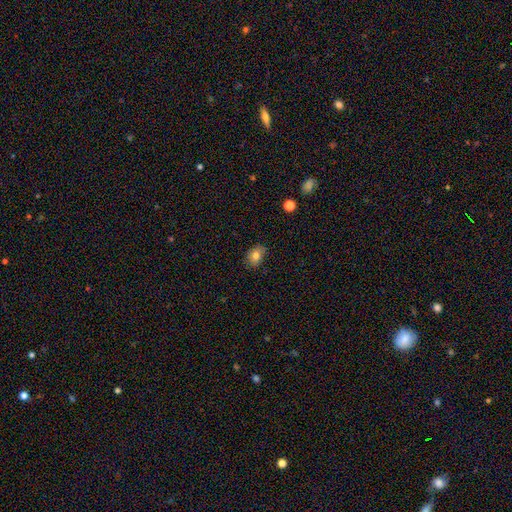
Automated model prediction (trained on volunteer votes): Smooth or featured: smooth — 79% (featured or disk — 11%)
How rounded: in between — 71% (round — 28%)
Merging: none — 74% (minor disturbance — 21%)